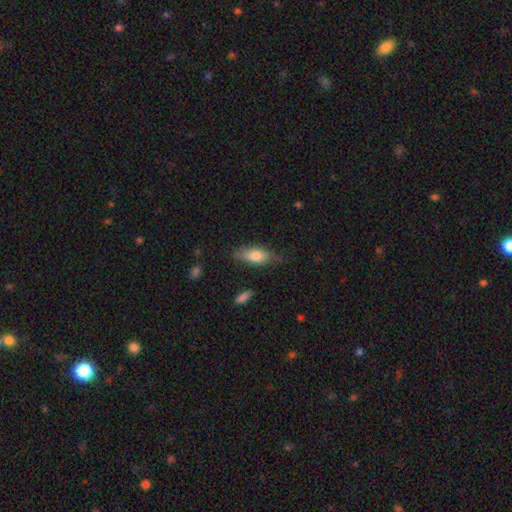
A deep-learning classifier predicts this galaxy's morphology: A smooth galaxy with no disk features (74%) that is in between round and cigar-shaped (73%). Merging: none (69%).